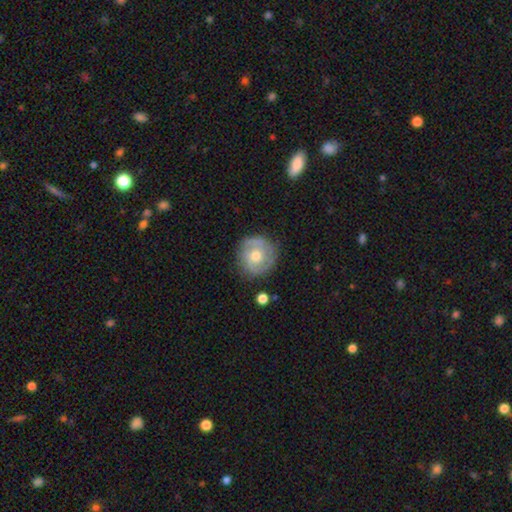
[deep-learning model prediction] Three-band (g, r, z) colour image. It shows a featured or disk galaxy (58%) with no bar (76%), spiral arms (73%) and a moderate central bulge (71%). Merging: none (76%).